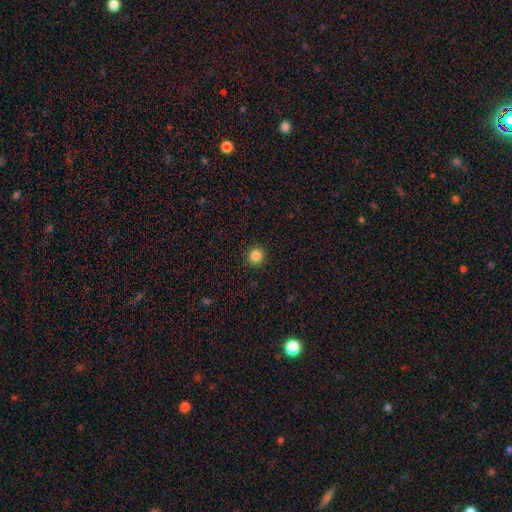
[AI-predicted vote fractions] Overall: smooth (85%). How rounded: round (94%). Merging: none (92%).